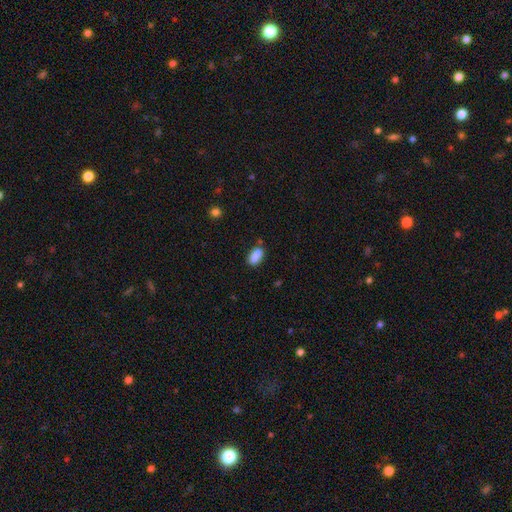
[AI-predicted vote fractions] Smooth or featured? Predicted: smooth (p=0.88). How rounded? Predicted: in between (p=0.88). Merging? Predicted: none (p=0.77).